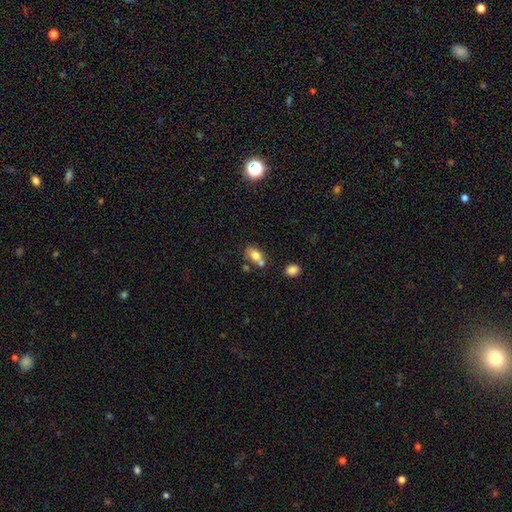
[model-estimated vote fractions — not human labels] smooth_or_featured: smooth (p=0.76) [alt: featured or disk p=0.15]
how_rounded: in between (p=0.79) [alt: round p=0.18]
merging: none (p=0.45) [alt: merger p=0.34]